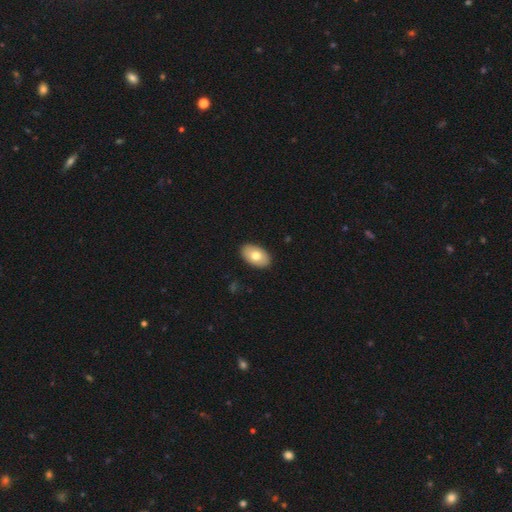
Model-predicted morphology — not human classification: The model was most divided on "smooth or featured": smooth: 73%, featured or disk: 21%, star or artifact: 6%. More confident: how rounded — in between (93%); merging — none (90%).